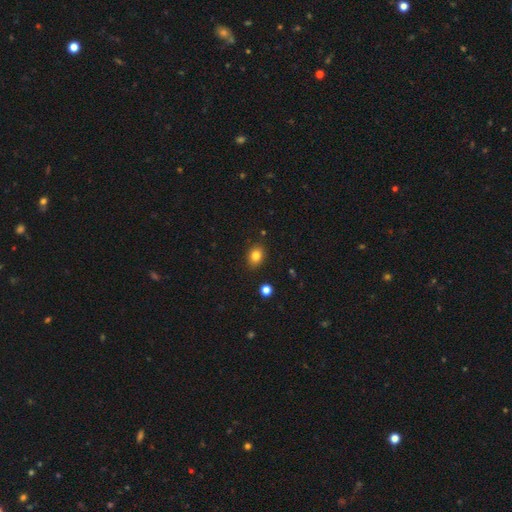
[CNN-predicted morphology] type=smooth (82%); roundness=in between (55%); merging=none (87%).